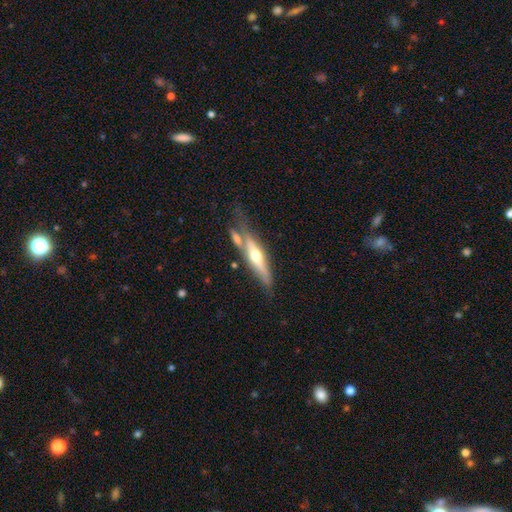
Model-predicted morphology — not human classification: Smooth or featured?
  - featured or disk: 64% *
  - smooth: 31%
  - star or artifact: 6%
Edge-on disk?
  - yes: 87% *
  - no: 13%
Edge-on bulge?
  - rounded: 89% *
  - none: 7%
  - boxy: 5%
Merging?
  - none: 52% *
  - merger: 23%
  - minor disturbance: 19%
  - major disturbance: 7%